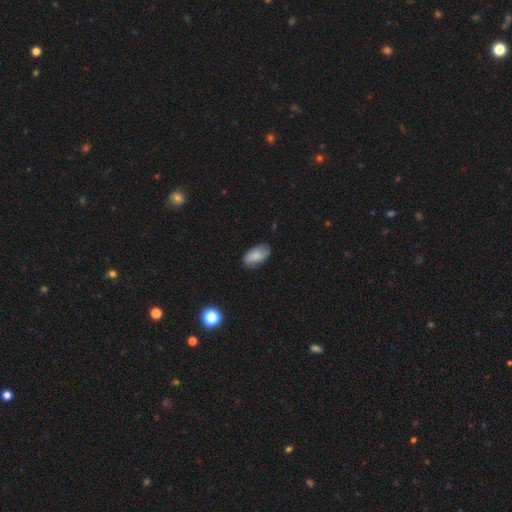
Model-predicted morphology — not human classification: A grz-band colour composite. It shows a smooth galaxy with no disk features (83%) that is in between round and cigar-shaped (94%). Merging: none (83%).